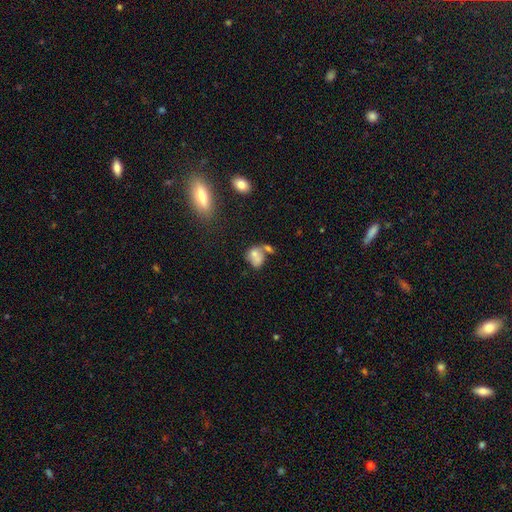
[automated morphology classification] Smooth or featured? Predicted: smooth (p=0.67). How rounded? Predicted: in between (p=0.56). Merging? Predicted: merger (p=0.45).